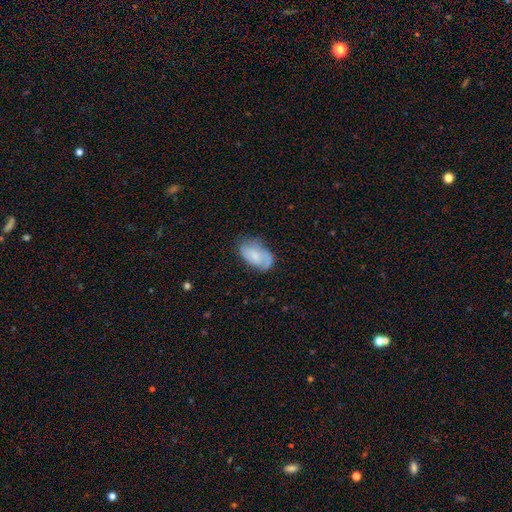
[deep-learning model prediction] Smooth or featured?
  - smooth: 47% *
  - featured or disk: 46%
  - star or artifact: 8%
Merging?
  - none: 58% *
  - minor disturbance: 27%
  - major disturbance: 13%
  - merger: 2%